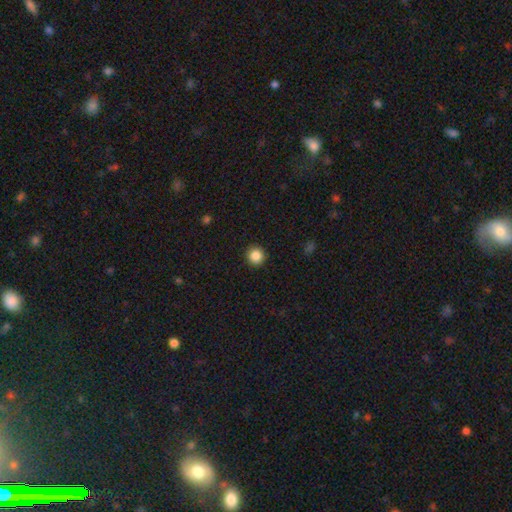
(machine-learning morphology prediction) Q: Smooth or featured?
A: smooth (86%); runner-up: star or artifact (10%)
Q: How rounded?
A: round (93%); runner-up: in between (6%)
Q: Merging?
A: none (92%); runner-up: minor disturbance (5%)